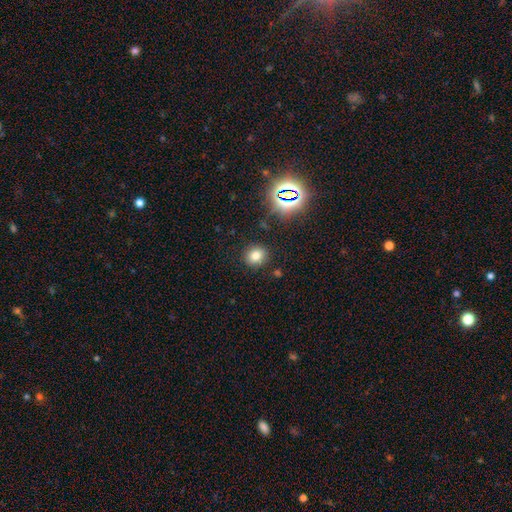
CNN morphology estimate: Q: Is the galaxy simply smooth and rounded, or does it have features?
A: smooth — 75%.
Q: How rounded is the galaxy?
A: round — 77%.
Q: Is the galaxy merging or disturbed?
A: none — 87%.